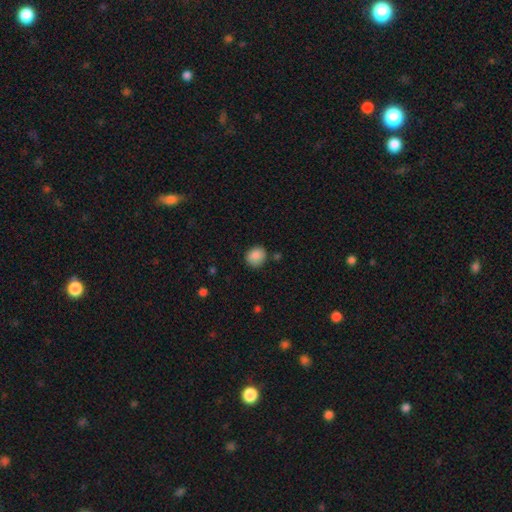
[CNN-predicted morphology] Smooth or featured: smooth — 88% (star or artifact — 9%)
How rounded: round — 76% (in between — 23%)
Merging: none — 81% (minor disturbance — 12%)